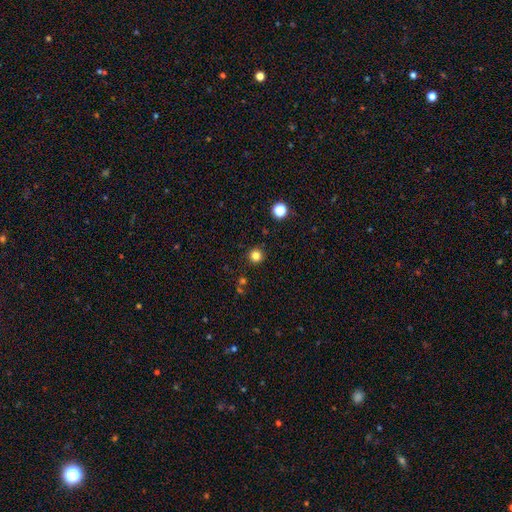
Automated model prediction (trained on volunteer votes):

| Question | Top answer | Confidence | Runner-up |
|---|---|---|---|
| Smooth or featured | smooth | 81% | star or artifact (14%) |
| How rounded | round | 95% | in between (4%) |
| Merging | none | 92% | minor disturbance (5%) |